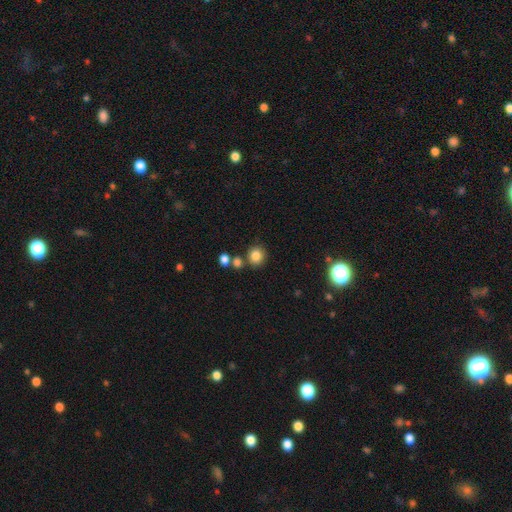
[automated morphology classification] This is clearly a smooth galaxy (83%). How rounded: clearly round (83%). Merging: likely none (74%).